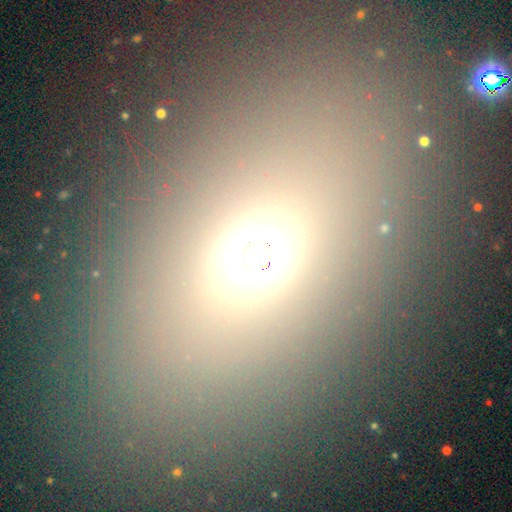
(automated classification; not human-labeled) This appears to be a smooth galaxy with no disk features (54%) that is in between round and cigar-shaped (56%). Merging: none (77%).